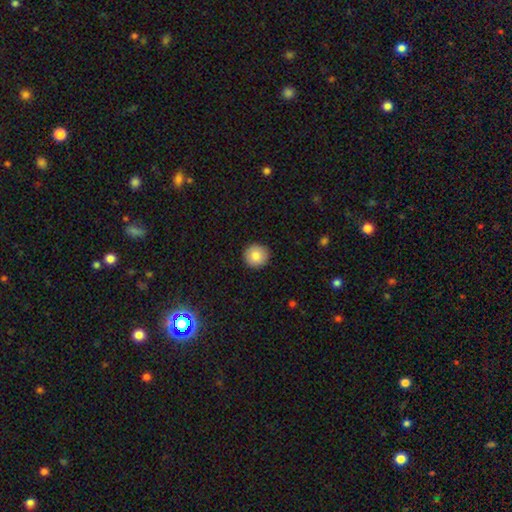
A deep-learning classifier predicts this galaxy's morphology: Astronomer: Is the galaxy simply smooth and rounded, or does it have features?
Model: smooth — 83%.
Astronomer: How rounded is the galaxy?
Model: round — 95%.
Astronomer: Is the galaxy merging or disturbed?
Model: none — 92%.